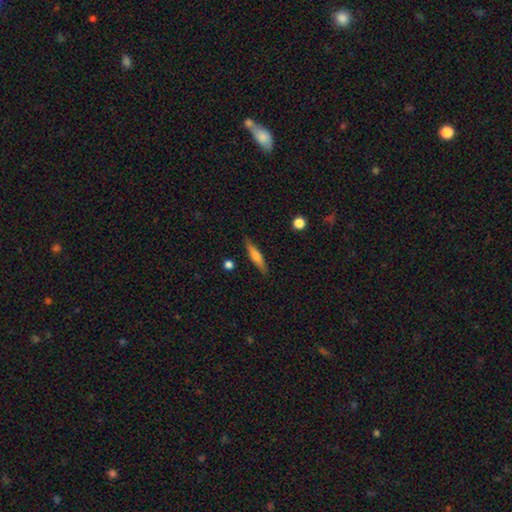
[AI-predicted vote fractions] smooth_or_featured: smooth (p=0.50) [alt: featured or disk p=0.44]
merging: none (p=0.87) [alt: minor disturbance p=0.09]